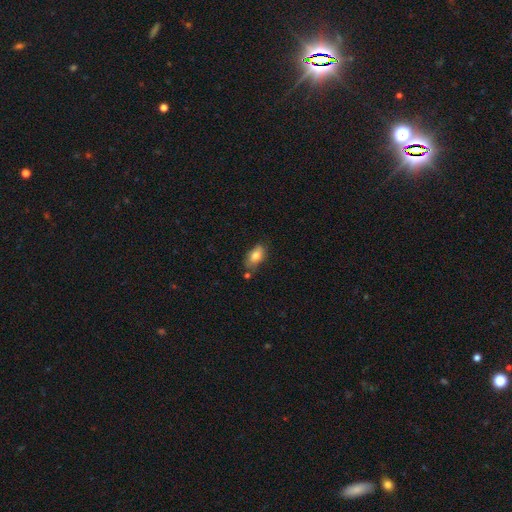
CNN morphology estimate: Overall: smooth (79%). How rounded: in between (90%). Merging: none (66%).